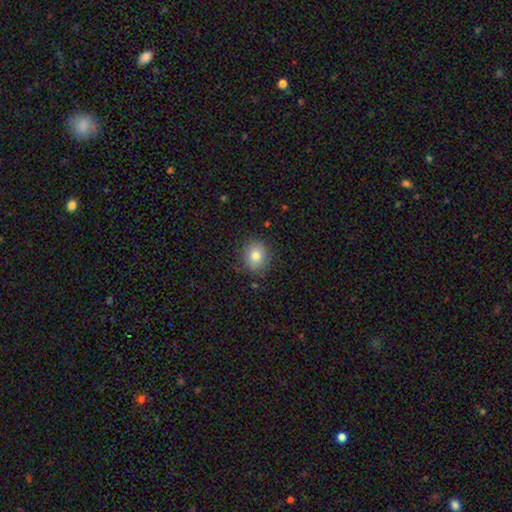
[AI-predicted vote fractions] smooth_or_featured: smooth (p=0.81) [alt: star or artifact p=0.10]
how_rounded: round (p=0.75) [alt: in between p=0.25]
merging: none (p=0.86) [alt: minor disturbance p=0.10]